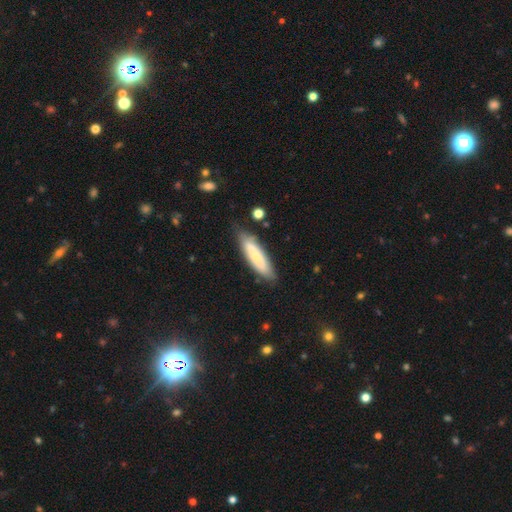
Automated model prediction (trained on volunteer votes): Smooth or featured?
  - smooth: 71% *
  - featured or disk: 23%
  - star or artifact: 6%
How rounded?
  - cigar-shaped: 66% *
  - in between: 33%
  - round: 1%
Merging?
  - none: 73% *
  - minor disturbance: 19%
  - major disturbance: 4%
  - merger: 3%